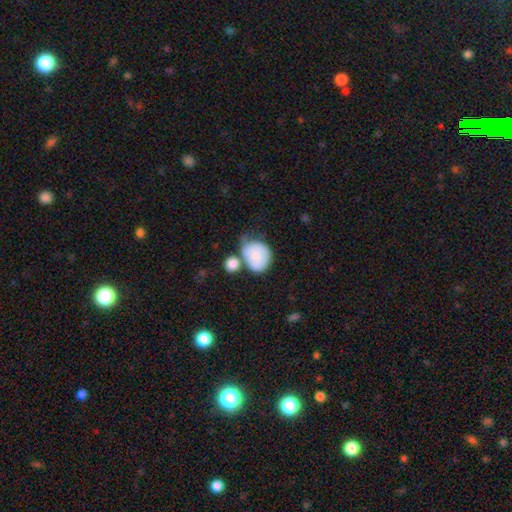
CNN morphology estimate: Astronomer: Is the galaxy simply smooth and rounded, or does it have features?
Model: smooth — 76%.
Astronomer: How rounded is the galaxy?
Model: round — 58% (runner-up: in between, 41%).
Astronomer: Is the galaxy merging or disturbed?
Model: merger — 31% (runner-up: none, 28%).